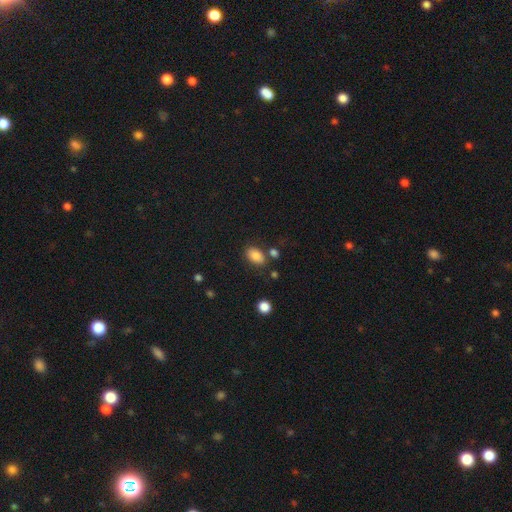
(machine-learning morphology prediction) Smooth or featured?
  - smooth: 85% *
  - star or artifact: 9%
  - featured or disk: 6%
How rounded?
  - in between: 87% *
  - round: 12%
  - cigar-shaped: 2%
Merging?
  - none: 74% *
  - minor disturbance: 14%
  - merger: 9%
  - major disturbance: 4%